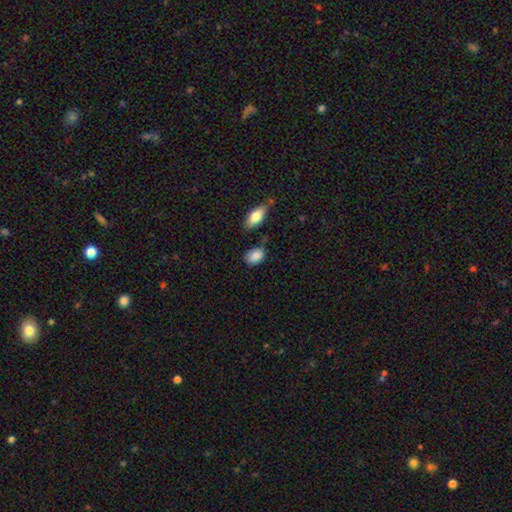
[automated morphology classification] smooth-or-featured: smooth: 88% | star or artifact: 7% | featured or disk: 5%
  how-rounded: in between: 82% | round: 16% | cigar-shaped: 2%
  merging: none: 73% | minor disturbance: 19% | merger: 5% | major disturbance: 4%